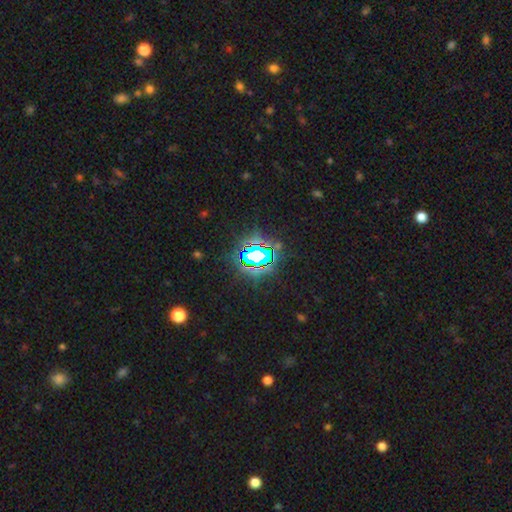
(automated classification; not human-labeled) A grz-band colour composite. It shows a star or artifact, not a galaxy (77%).